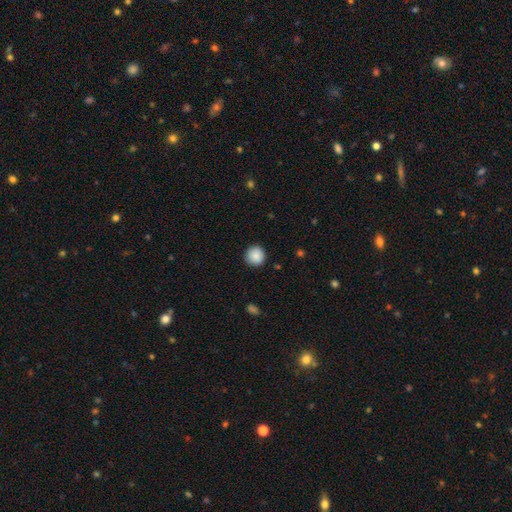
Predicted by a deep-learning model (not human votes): Smooth or featured? smooth (87%)
How rounded? round (95%)
Merging? none (91%)